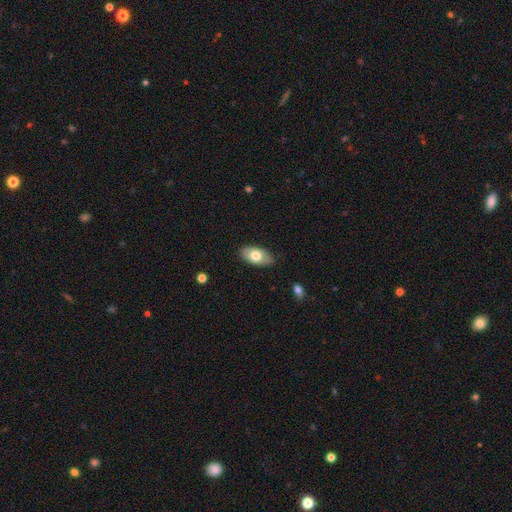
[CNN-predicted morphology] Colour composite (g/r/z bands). It shows a smooth galaxy with no disk features (70%) that is in between round and cigar-shaped (94%). Merging: none (83%).